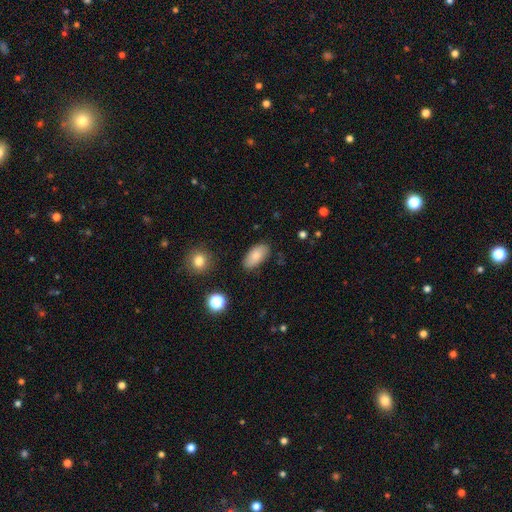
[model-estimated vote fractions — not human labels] The model was most divided on "merging": none: 82%, minor disturbance: 13%, major disturbance: 3%, merger: 2%. More confident: how rounded — in between (92%); smooth or featured — smooth (81%).